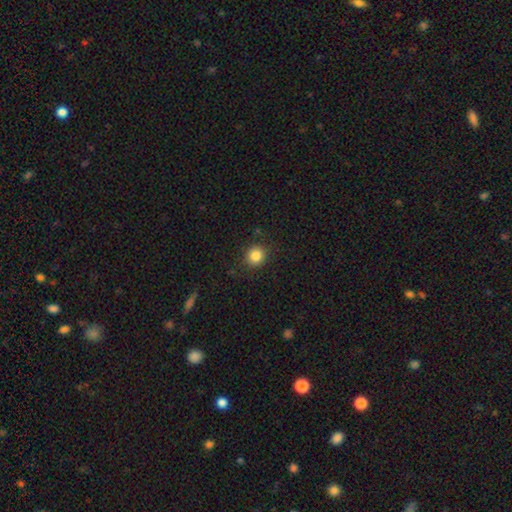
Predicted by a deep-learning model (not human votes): Q: Smooth or featured?
A: smooth (84%); runner-up: star or artifact (11%)
Q: How rounded?
A: round (88%); runner-up: in between (11%)
Q: Merging?
A: none (88%); runner-up: minor disturbance (8%)